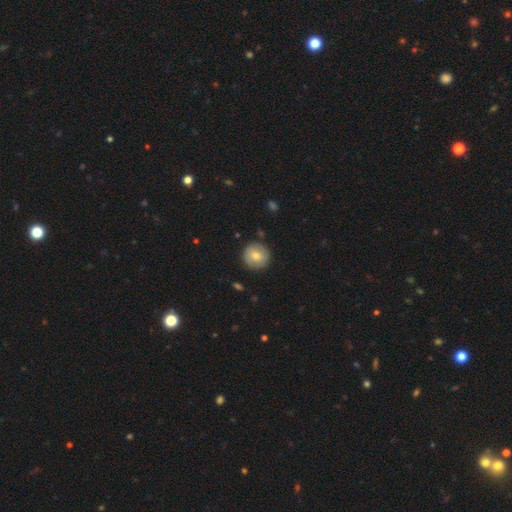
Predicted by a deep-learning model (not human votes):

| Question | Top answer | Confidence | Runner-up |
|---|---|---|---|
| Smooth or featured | smooth | 74% | featured or disk (18%) |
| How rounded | round | 95% | in between (4%) |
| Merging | none | 89% | minor disturbance (8%) |